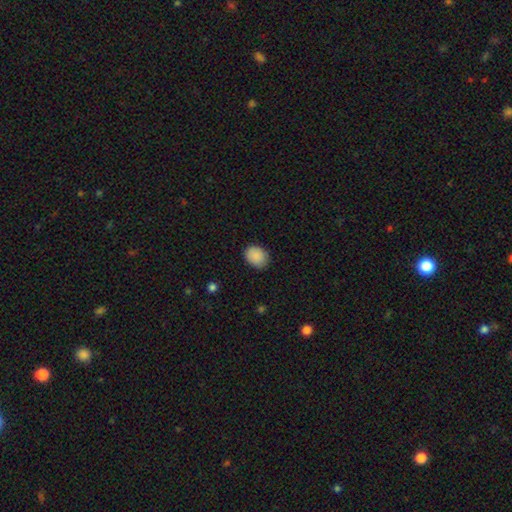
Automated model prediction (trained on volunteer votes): smooth 89%, star or artifact 8%, featured or disk 3%. Down the decision tree: how rounded — in between (60%); merging — none (84%).